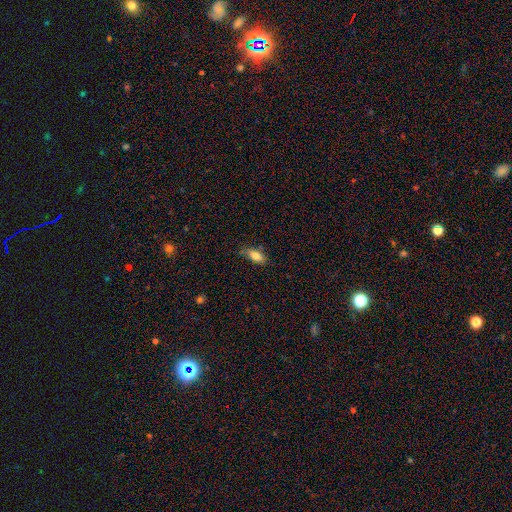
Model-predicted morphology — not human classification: smooth_or_featured: smooth (p=0.81) [alt: featured or disk p=0.11]
how_rounded: in between (p=0.83) [alt: cigar-shaped p=0.14]
merging: none (p=0.77) [alt: minor disturbance p=0.18]